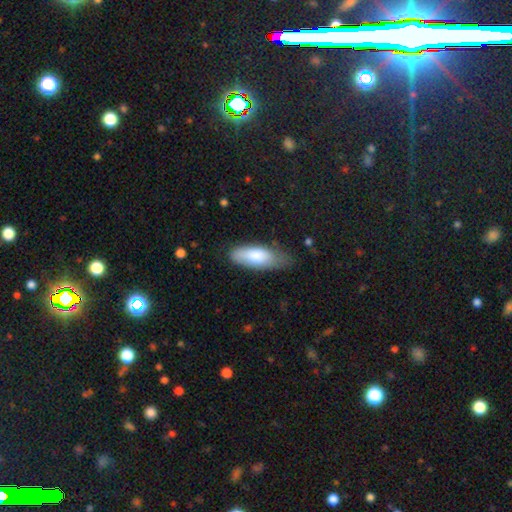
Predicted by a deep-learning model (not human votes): Smooth or featured?
  - smooth: 79% *
  - featured or disk: 15%
  - star or artifact: 6%
How rounded?
  - in between: 73% *
  - cigar-shaped: 25%
  - round: 2%
Merging?
  - none: 56% *
  - minor disturbance: 32%
  - major disturbance: 10%
  - merger: 2%